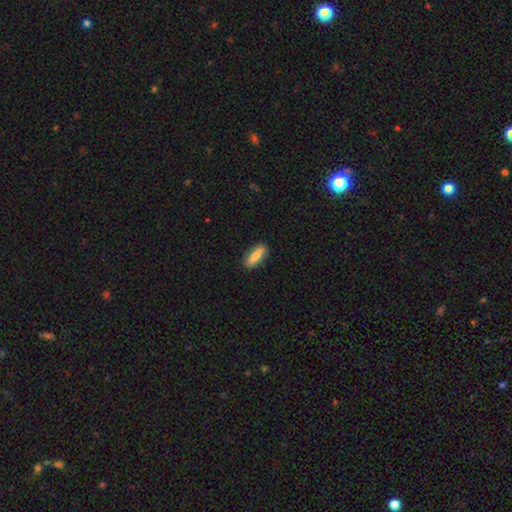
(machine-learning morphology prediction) Smooth or featured? smooth (81%)
How rounded? in between (51%)
Merging? none (87%)